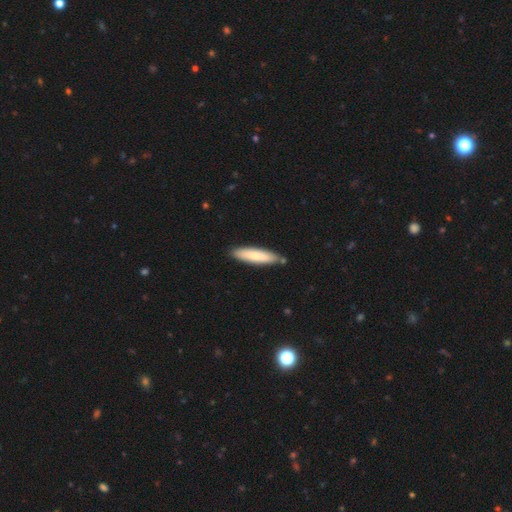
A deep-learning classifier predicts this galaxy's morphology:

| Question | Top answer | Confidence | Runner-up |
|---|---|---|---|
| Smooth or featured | smooth | 78% | featured or disk (17%) |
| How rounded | cigar-shaped | 77% | in between (22%) |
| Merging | none | 83% | minor disturbance (11%) |